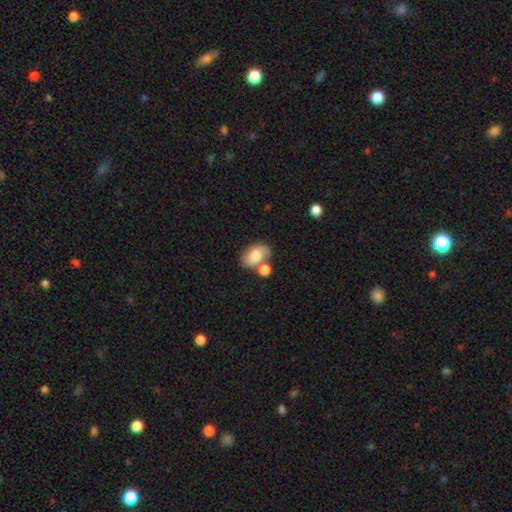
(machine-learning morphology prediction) Overall: smooth (58%; featured or disk 33%). How rounded: in between (84%). Merging: none (45%; merger 29%).